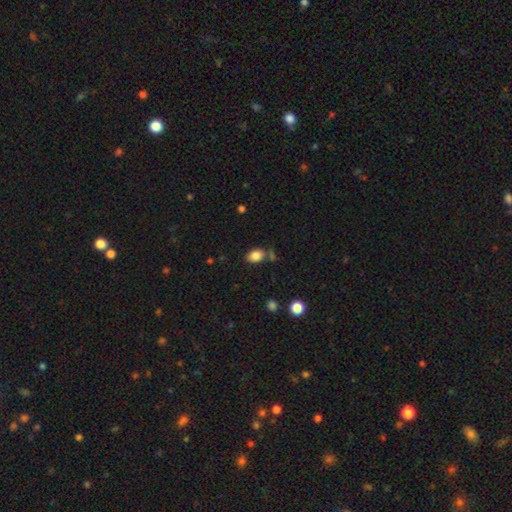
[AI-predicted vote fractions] Smooth or featured? smooth (85%)
How rounded? in between (81%)
Merging? none (73%)